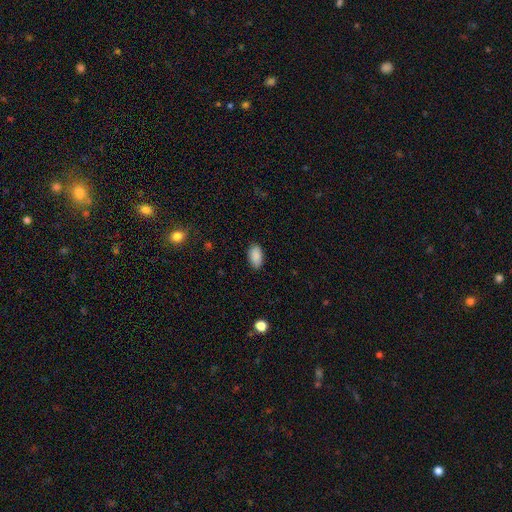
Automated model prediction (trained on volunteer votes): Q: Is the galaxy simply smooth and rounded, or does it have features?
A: smooth — 90%.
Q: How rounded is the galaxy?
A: in between — 94%.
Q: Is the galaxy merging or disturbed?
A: none — 87%.